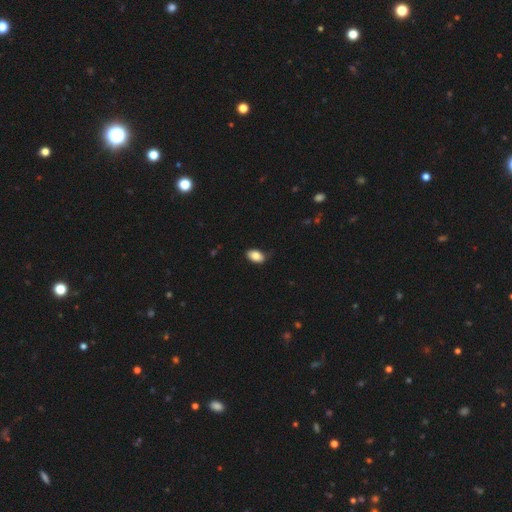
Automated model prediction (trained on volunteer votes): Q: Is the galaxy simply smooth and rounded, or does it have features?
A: smooth — 84%.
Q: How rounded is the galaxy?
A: in between — 90%.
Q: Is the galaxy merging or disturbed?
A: none — 78%.